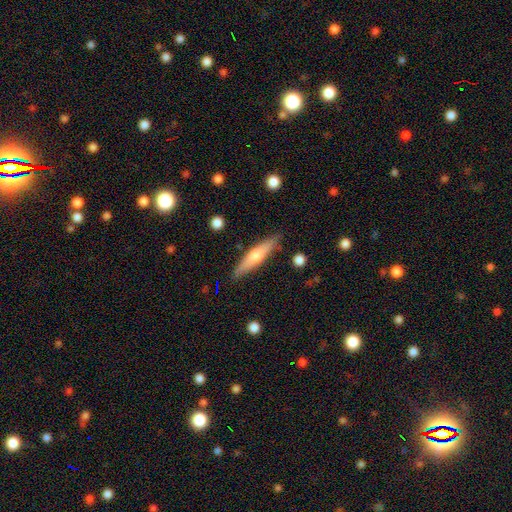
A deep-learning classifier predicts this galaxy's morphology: Smooth or featured? smooth (49%)
Merging? none (88%)